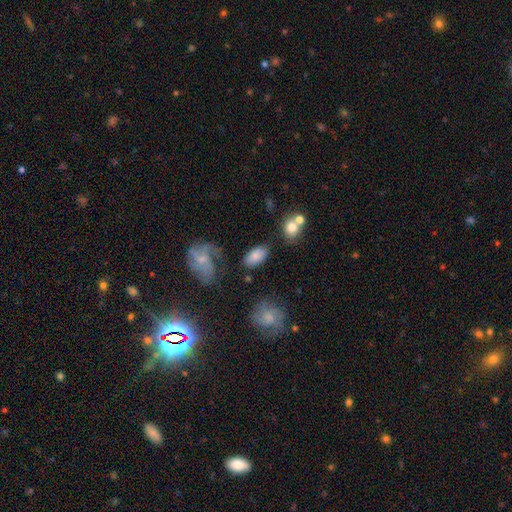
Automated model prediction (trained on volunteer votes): This is likely a smooth galaxy (76%). How rounded: clearly in between (92%). Merging: likely none (69%).